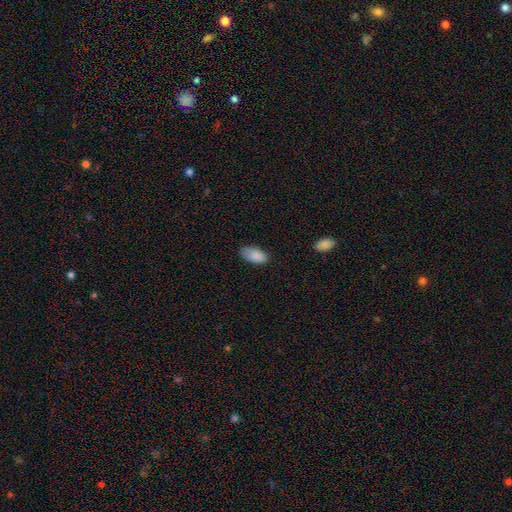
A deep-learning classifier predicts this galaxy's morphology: This appears to be a smooth galaxy with no disk features (87%) that is in between round and cigar-shaped (94%). Merging: none (70%).